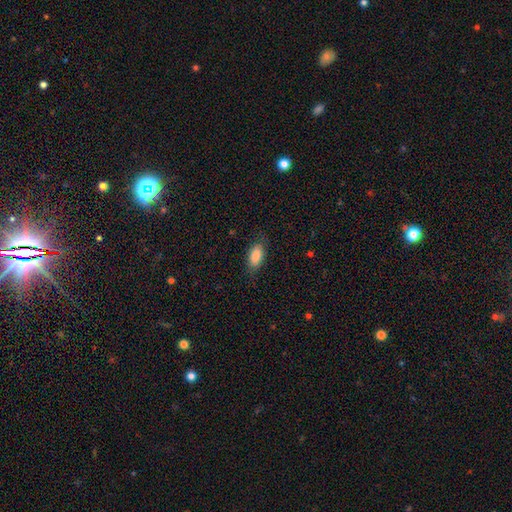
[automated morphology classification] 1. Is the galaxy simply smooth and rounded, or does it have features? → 85% smooth, 8% featured or disk, 7% star or artifact.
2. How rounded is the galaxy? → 90% in between, 6% cigar-shaped, 3% round.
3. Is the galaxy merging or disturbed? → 81% none, 14% minor disturbance, 4% major disturbance, 1% merger.